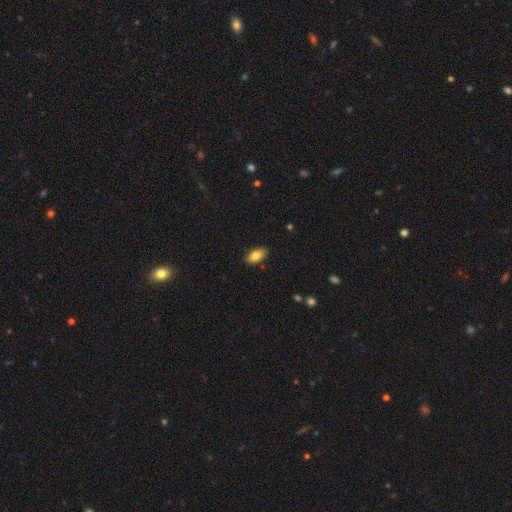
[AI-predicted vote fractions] Morphology: type=smooth (82%); roundness=in between (92%); merging=none (87%).